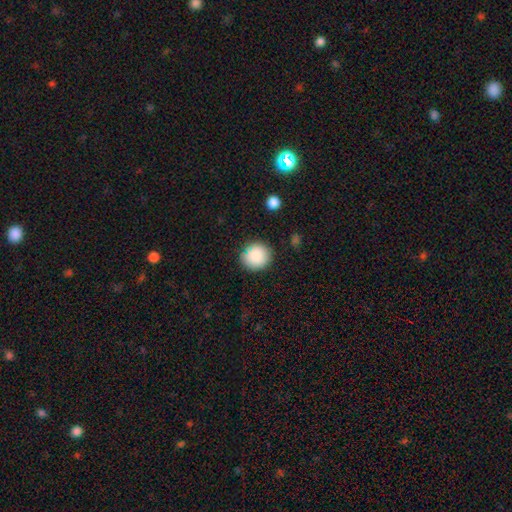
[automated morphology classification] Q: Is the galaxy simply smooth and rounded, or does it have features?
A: smooth — 87%.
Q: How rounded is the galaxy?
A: round — 91%.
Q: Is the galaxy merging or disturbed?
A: none — 87%.